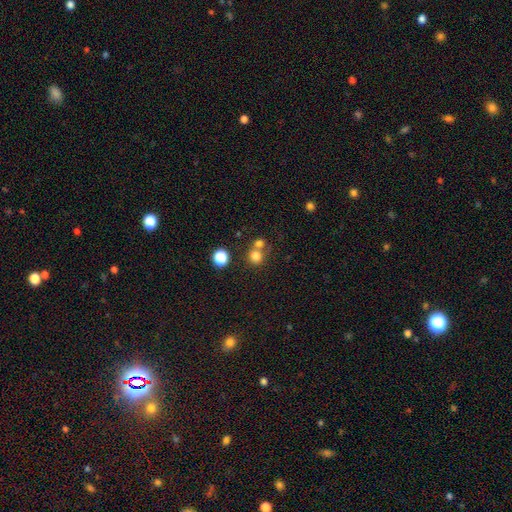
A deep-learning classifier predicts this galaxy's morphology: Smooth or featured? smooth (76%)
How rounded? round (87%)
Merging? none (53%)